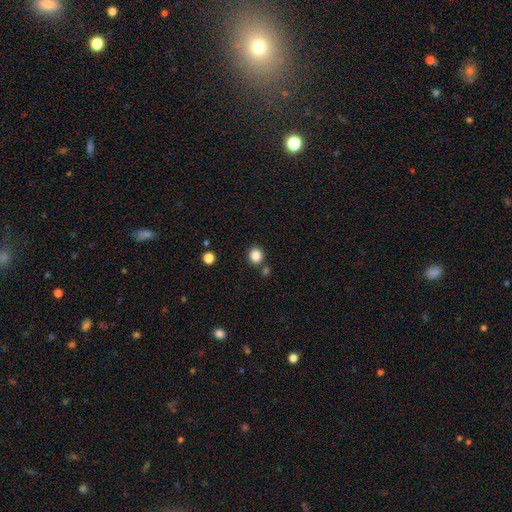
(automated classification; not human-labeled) A smooth galaxy with no disk features (85%) that is round (81%). Merging: none (81%).